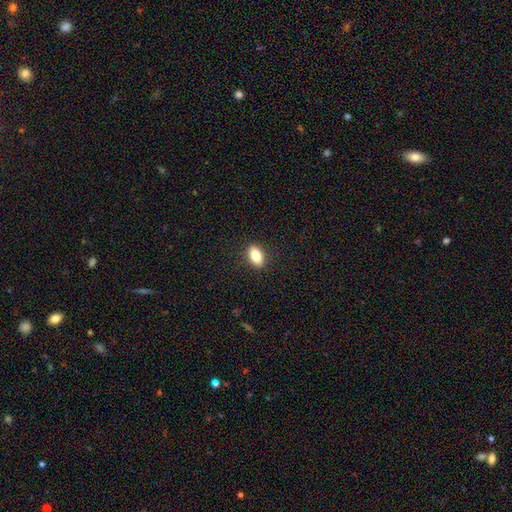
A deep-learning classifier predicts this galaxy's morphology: The model was most divided on "smooth or featured": smooth: 81%, featured or disk: 11%, star or artifact: 8%. More confident: merging — none (89%); how rounded — in between (87%).